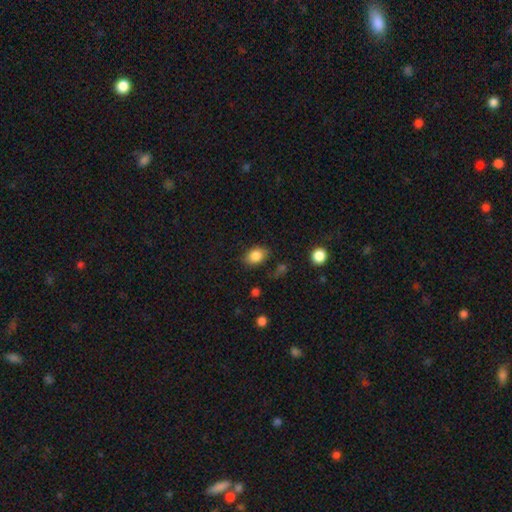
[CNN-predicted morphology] Smooth or featured? smooth (84%)
How rounded? in between (78%)
Merging? none (79%)